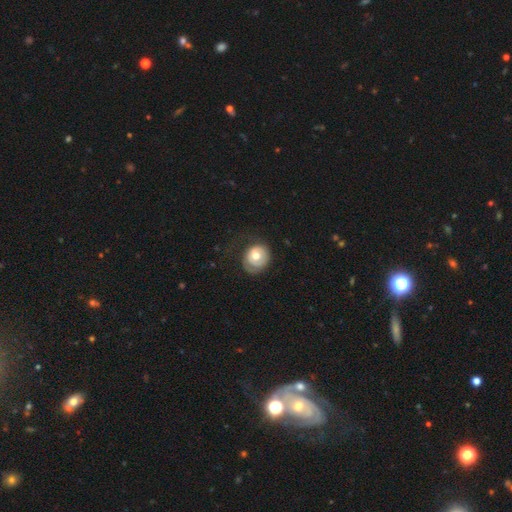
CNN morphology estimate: A smooth galaxy with no disk features (49%). Merging: none (55%).